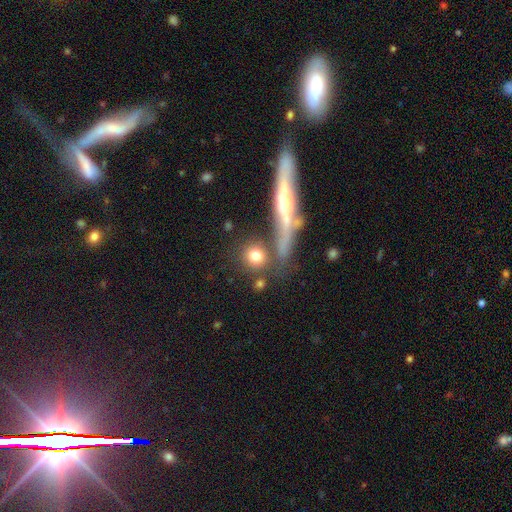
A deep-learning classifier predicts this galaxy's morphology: Smooth or featured: smooth — 75% (featured or disk — 15%)
How rounded: round — 82% (in between — 12%)
Merging: none — 71% (merger — 14%)